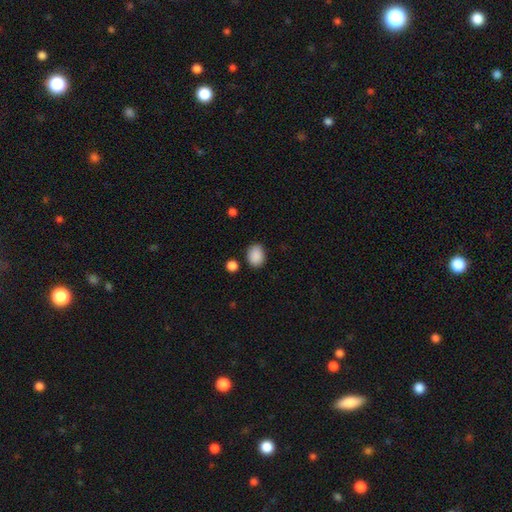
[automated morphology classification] Smooth or featured: smooth — 89% (star or artifact — 8%)
How rounded: in between — 64% (round — 35%)
Merging: none — 82% (minor disturbance — 12%)